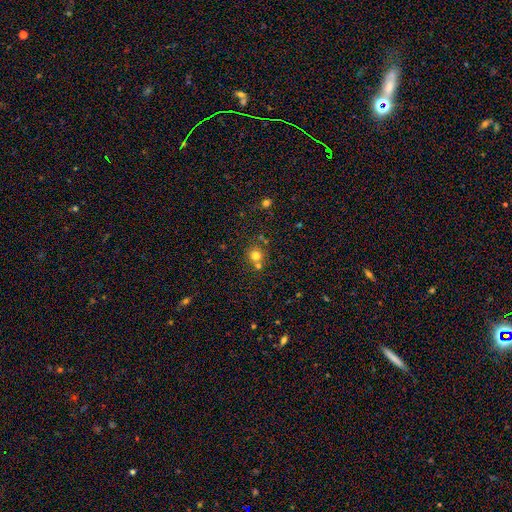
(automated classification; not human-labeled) Q: Smooth or featured?
A: smooth (75%); runner-up: star or artifact (16%)
Q: How rounded?
A: round (89%); runner-up: in between (10%)
Q: Merging?
A: none (62%); runner-up: merger (27%)